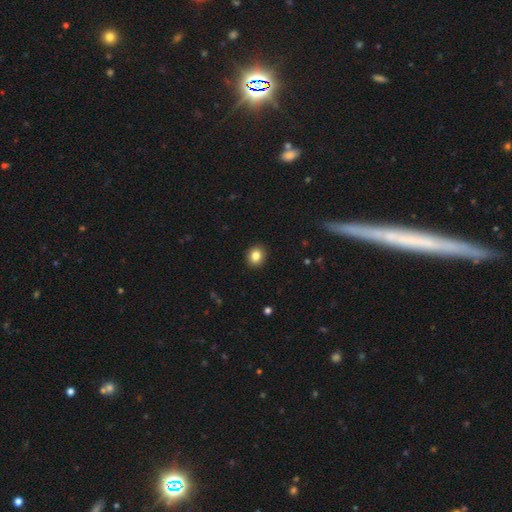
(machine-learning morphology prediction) Q: Smooth or featured?
A: smooth (85%); runner-up: star or artifact (10%)
Q: How rounded?
A: round (69%); runner-up: in between (30%)
Q: Merging?
A: none (92%); runner-up: minor disturbance (6%)